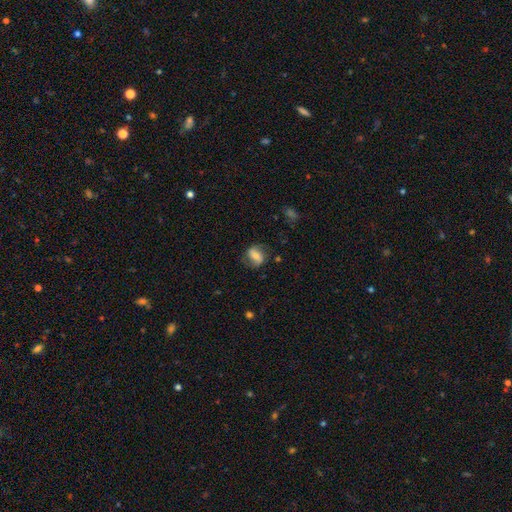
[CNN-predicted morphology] Smooth or featured? featured or disk (50%)
Edge-on disk? no (94%)
Merging? none (69%)